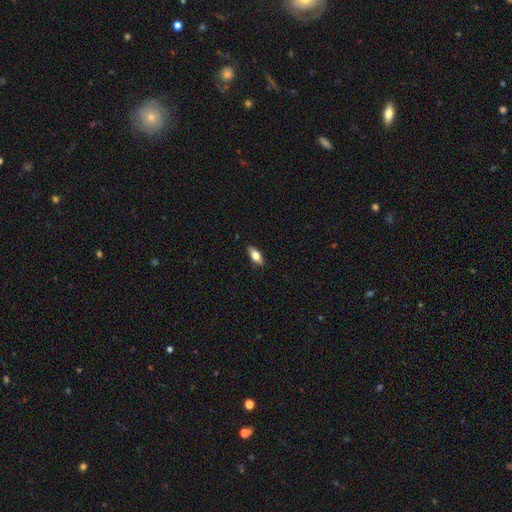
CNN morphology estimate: A smooth galaxy with no disk features (69%) that is in between round and cigar-shaped (77%). Merging: none (88%).